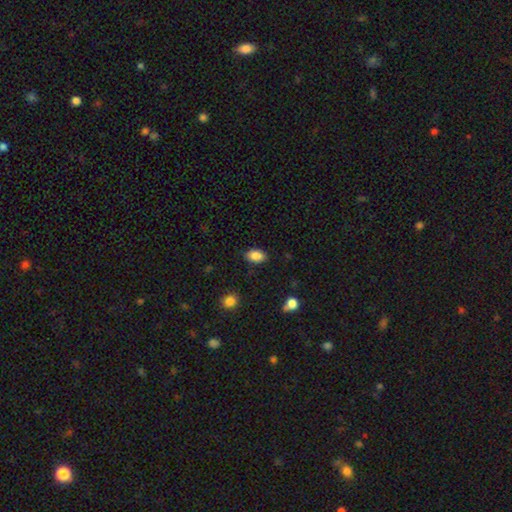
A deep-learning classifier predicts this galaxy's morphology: This appears to be a smooth galaxy with no disk features (87%) that is in between round and cigar-shaped (88%). Merging: none (85%).